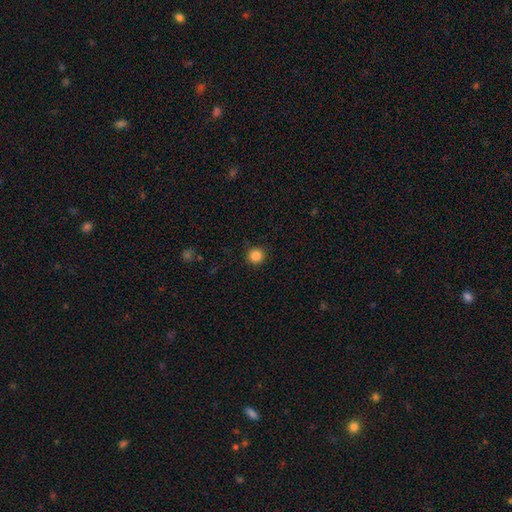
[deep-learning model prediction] A smooth galaxy with no disk features (86%) that is round (95%). Merging: none (90%).